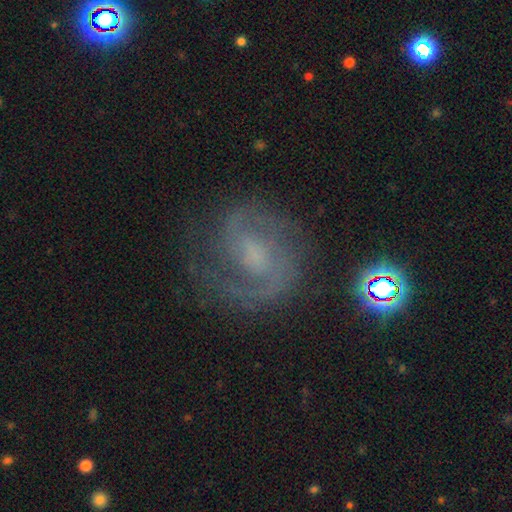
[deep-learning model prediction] A featured or disk galaxy (81%) with a weak bar (55%), 2 (79%) medium (53%) spiral arms (95%) and a small central bulge (37%). Merging: none (74%).